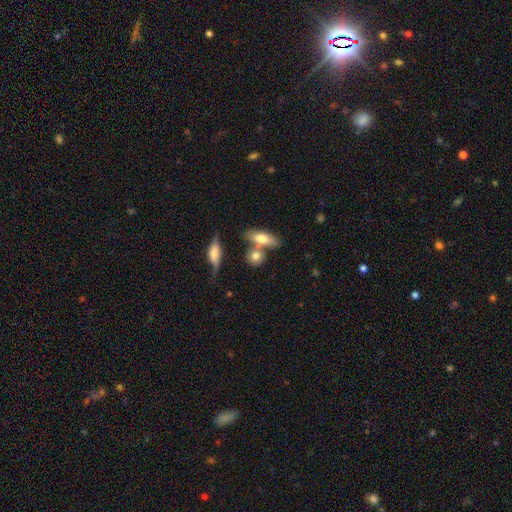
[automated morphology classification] type=smooth (73%); roundness=in between (49%); merging=none (46%).